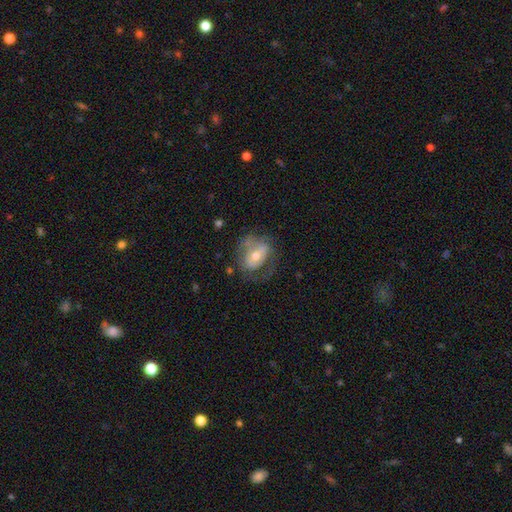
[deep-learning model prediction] Smooth or featured?
  - featured or disk: 54% *
  - smooth: 39%
  - star or artifact: 8%
Edge-on disk?
  - no: 94% *
  - yes: 6%
Bar?
  - no: 51% *
  - weak: 31%
  - strong: 18%
Spiral arms?
  - no: 51% *
  - yes: 49%
Bulge size?
  - moderate: 64% *
  - small: 28%
  - large: 6%
  - none: 1%
  - dominant: 1%
Merging?
  - none: 45% *
  - major disturbance: 26%
  - minor disturbance: 25%
  - merger: 4%